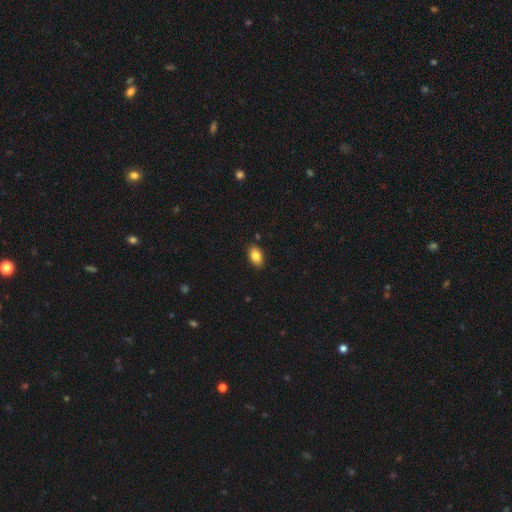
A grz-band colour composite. It shows a smooth galaxy with no disk features (88%) that is in between round and cigar-shaped (91%). Merging: none (82%).